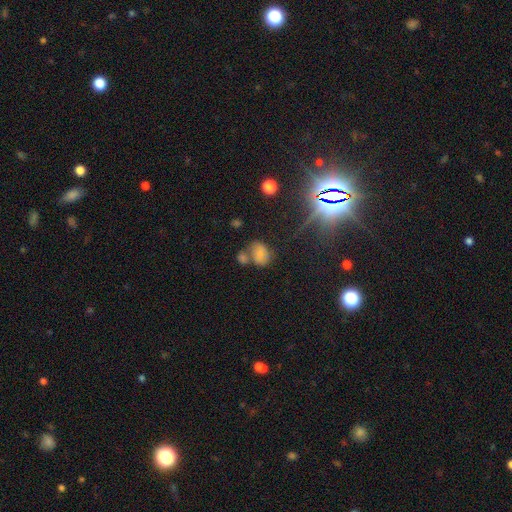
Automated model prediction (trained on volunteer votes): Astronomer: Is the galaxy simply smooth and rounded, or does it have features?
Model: smooth — 48% (runner-up: star or artifact, 35%).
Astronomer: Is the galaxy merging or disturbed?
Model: none — 52%.